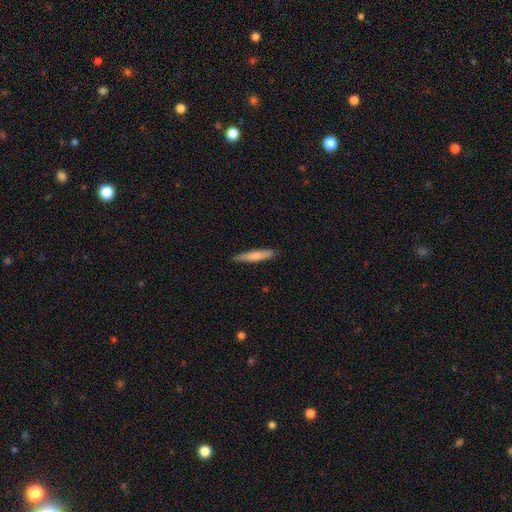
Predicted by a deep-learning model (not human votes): Smooth or featured? smooth (74%)
How rounded? cigar-shaped (90%)
Merging? none (86%)